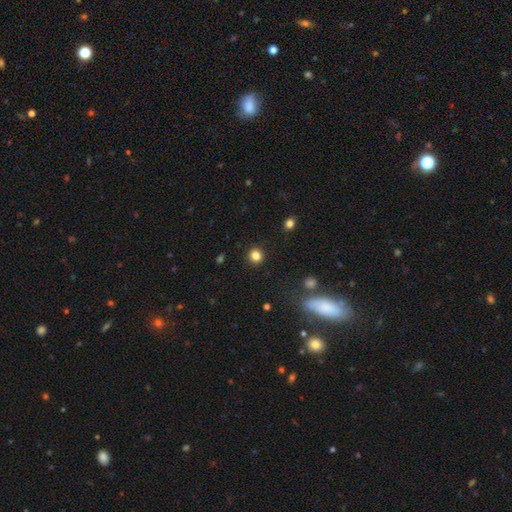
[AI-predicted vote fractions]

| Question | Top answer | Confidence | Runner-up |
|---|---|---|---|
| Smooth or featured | smooth | 83% | star or artifact (13%) |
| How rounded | round | 90% | in between (9%) |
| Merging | none | 91% | minor disturbance (6%) |